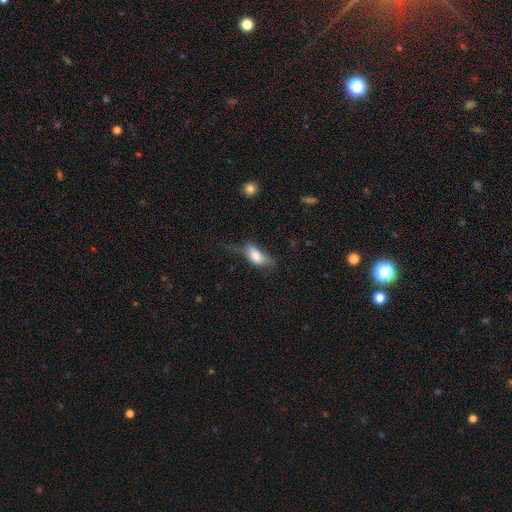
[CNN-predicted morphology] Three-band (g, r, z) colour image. It shows a smooth galaxy with no disk features (72%) that is in between round and cigar-shaped (86%). Merging: none (34%).